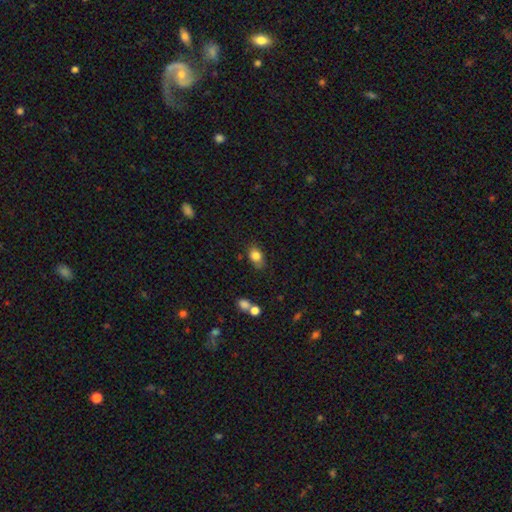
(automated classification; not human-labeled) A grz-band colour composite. It shows a smooth galaxy with no disk features (82%) that is in between round and cigar-shaped (75%). Merging: none (71%).